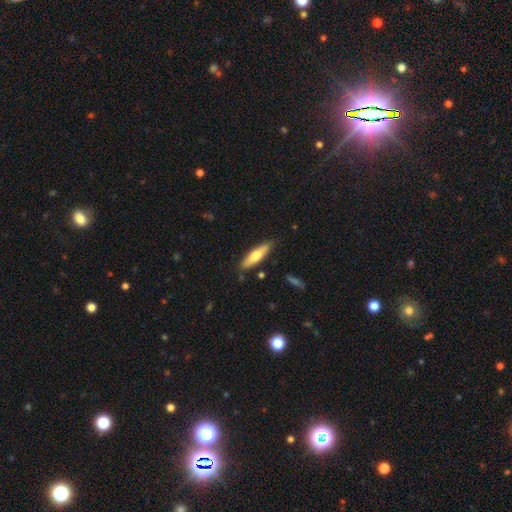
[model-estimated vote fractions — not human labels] Q: Smooth or featured?
A: smooth (61%); runner-up: featured or disk (33%)
Q: How rounded?
A: cigar-shaped (66%); runner-up: in between (33%)
Q: Merging?
A: none (85%); runner-up: minor disturbance (11%)